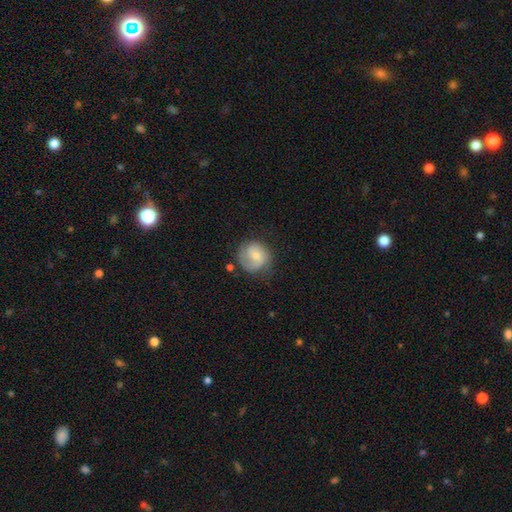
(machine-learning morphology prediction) featured or disk 57%, smooth 36%, star or artifact 7%. Down the decision tree: edge-on disk — no (98%); bar — no (58%); spiral arms — yes (88%); bulge size — small (47%); merging — none (63%).